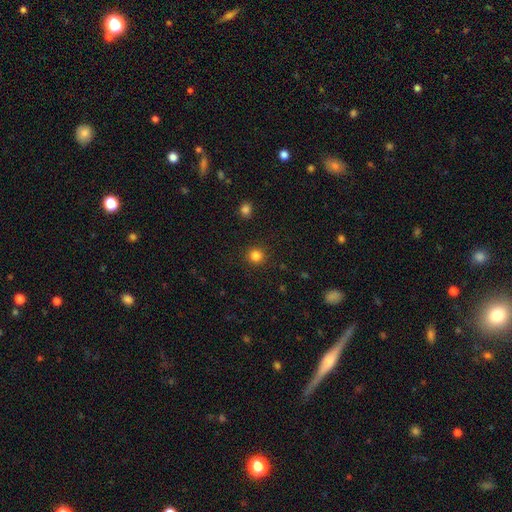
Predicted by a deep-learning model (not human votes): Smooth or featured?
  - smooth: 84% *
  - star or artifact: 12%
  - featured or disk: 4%
How rounded?
  - round: 94% *
  - in between: 6%
  - cigar-shaped: 1%
Merging?
  - none: 92% *
  - minor disturbance: 5%
  - major disturbance: 2%
  - merger: 1%